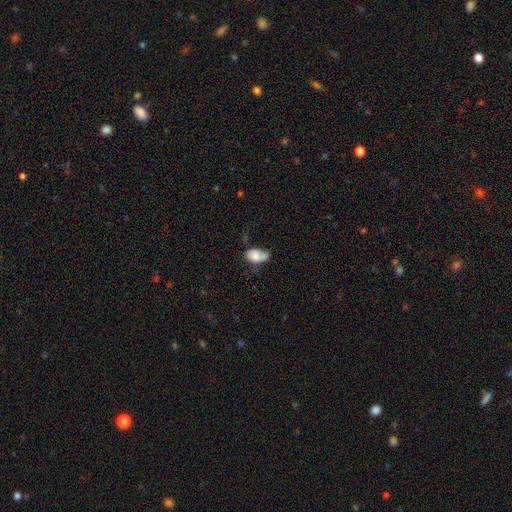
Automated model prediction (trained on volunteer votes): Q: Smooth or featured?
A: smooth (68%); runner-up: featured or disk (24%)
Q: How rounded?
A: in between (83%); runner-up: round (15%)
Q: Merging?
A: minor disturbance (33%); runner-up: none (29%)